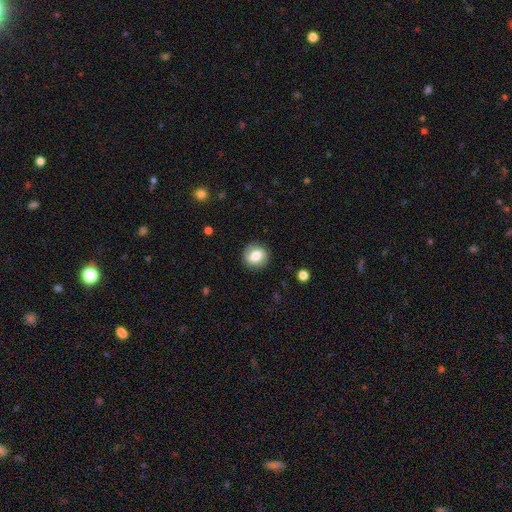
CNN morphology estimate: type=smooth (67%); roundness=round (83%); merging=none (86%).